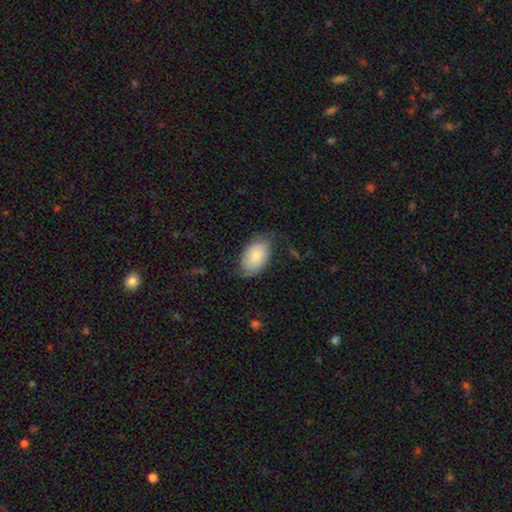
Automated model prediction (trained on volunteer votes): A smooth galaxy with no disk features (69%) that is in between round and cigar-shaped (91%). Merging: none (59%).